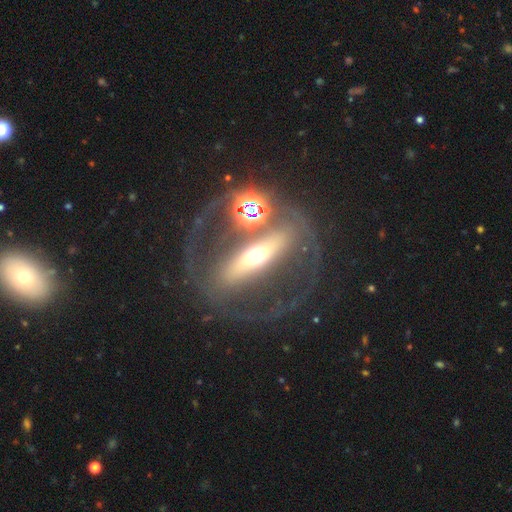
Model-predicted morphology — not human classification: smooth_or_featured: featured or disk (p=0.77) [alt: smooth p=0.14]
disk_edge_on: no (p=0.73) [alt: yes p=0.27]
bar: strong (p=0.66) [alt: no p=0.20]
has_spiral_arms: yes (p=0.58) [alt: no p=0.42]
bulge_size: moderate (p=0.59) [alt: small p=0.18]
merging: none (p=0.55) [alt: major disturbance p=0.20]